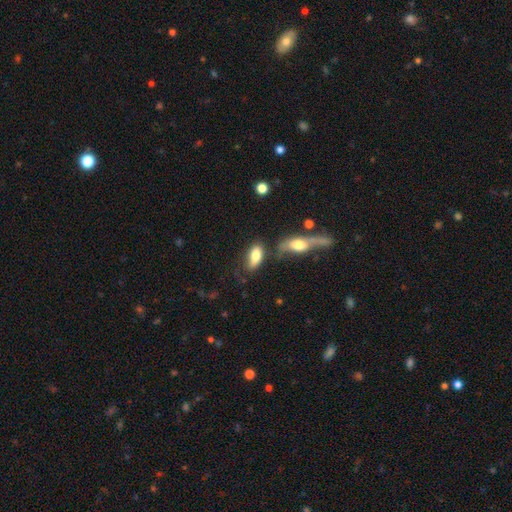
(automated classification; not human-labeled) A smooth galaxy with no disk features (78%) that is in between round and cigar-shaped (88%). Merging: none (57%).